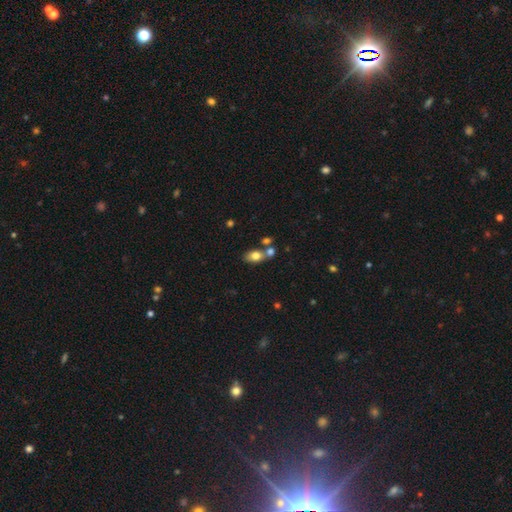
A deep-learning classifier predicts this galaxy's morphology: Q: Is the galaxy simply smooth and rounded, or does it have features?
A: smooth — 77%.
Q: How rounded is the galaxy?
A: in between — 83%.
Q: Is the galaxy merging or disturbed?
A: none — 51%.